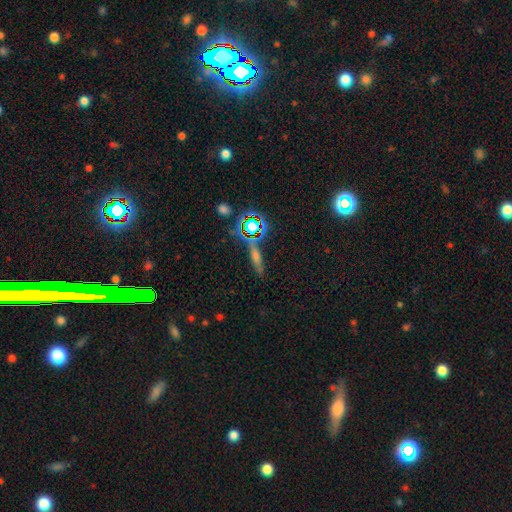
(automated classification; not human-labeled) This appears to be a featured or disk galaxy (35%). Merging: none (75%).